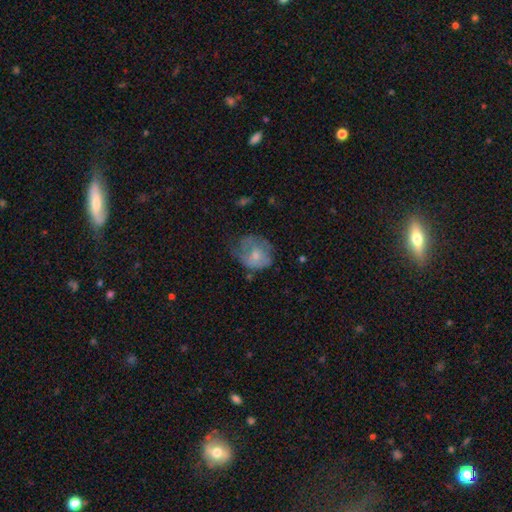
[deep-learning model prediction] Q: Smooth or featured?
A: smooth (56%); runner-up: featured or disk (36%)
Q: How rounded?
A: round (59%); runner-up: in between (40%)
Q: Merging?
A: none (35%); runner-up: minor disturbance (33%)